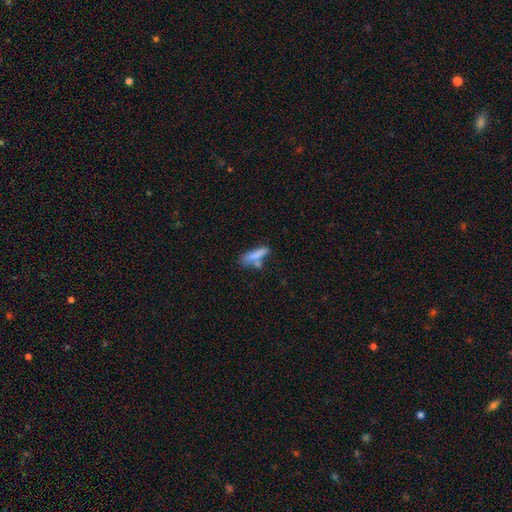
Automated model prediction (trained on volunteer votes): Smooth or featured? smooth (76%)
How rounded? cigar-shaped (73%)
Merging? none (51%)